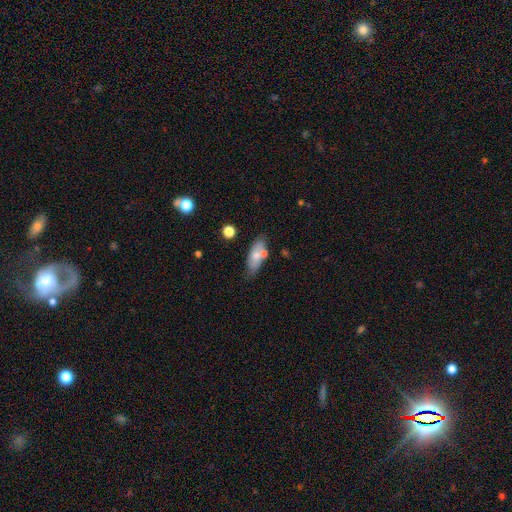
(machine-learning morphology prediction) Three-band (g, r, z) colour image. It shows a smooth galaxy with no disk features (68%) that is in between round and cigar-shaped (76%). Merging: none (65%).